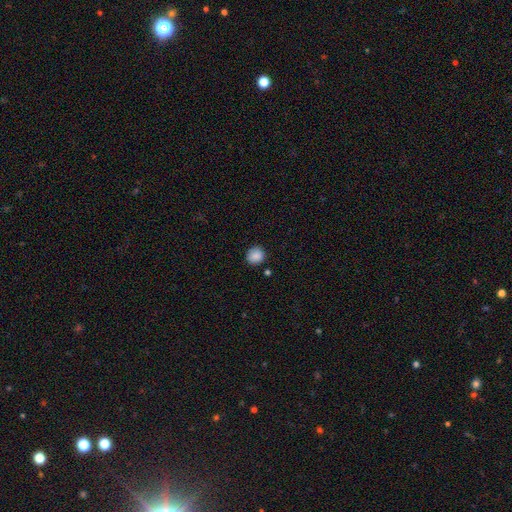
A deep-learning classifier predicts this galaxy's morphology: Smooth or featured? Predicted: smooth (p=0.87). How rounded? Predicted: round (p=0.86). Merging? Predicted: none (p=0.85).